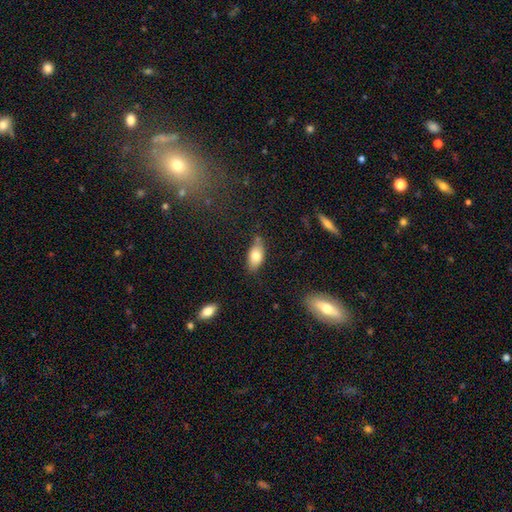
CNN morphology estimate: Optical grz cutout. It shows a smooth galaxy with no disk features (76%) that is in between round and cigar-shaped (89%). Merging: none (67%).